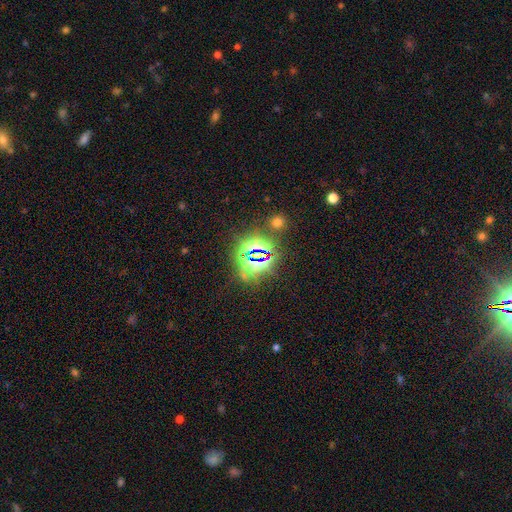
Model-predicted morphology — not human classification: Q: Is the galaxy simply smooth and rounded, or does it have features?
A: star or artifact — 77%.